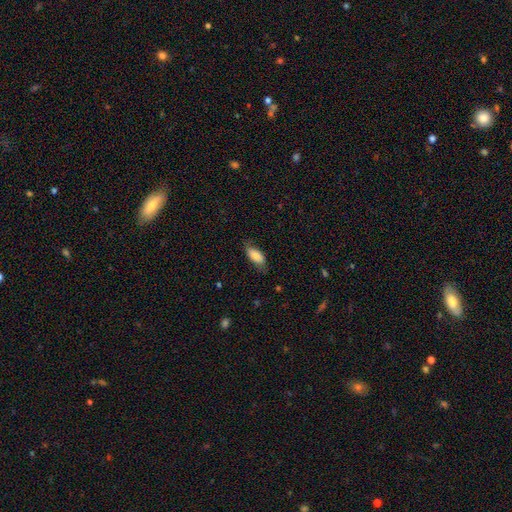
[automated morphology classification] Smooth or featured? smooth (81%)
How rounded? in between (87%)
Merging? none (69%)